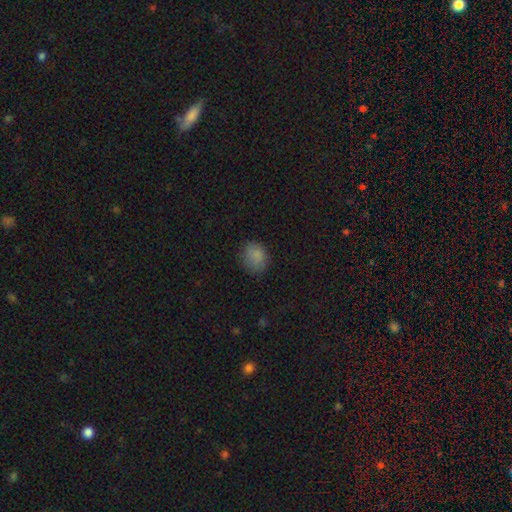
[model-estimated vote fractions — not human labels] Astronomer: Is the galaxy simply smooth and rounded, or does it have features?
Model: smooth — 83%.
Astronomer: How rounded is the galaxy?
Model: round — 55% (runner-up: in between, 44%).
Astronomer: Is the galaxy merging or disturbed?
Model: none — 75%.